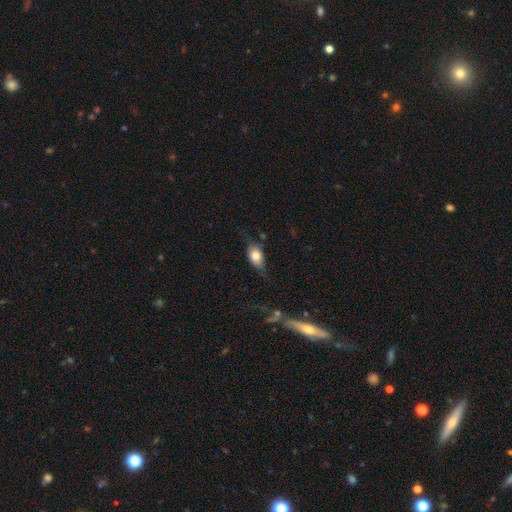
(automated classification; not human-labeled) Q: Smooth or featured?
A: smooth (64%); runner-up: featured or disk (28%)
Q: How rounded?
A: in between (78%); runner-up: round (13%)
Q: Merging?
A: none (55%); runner-up: minor disturbance (28%)